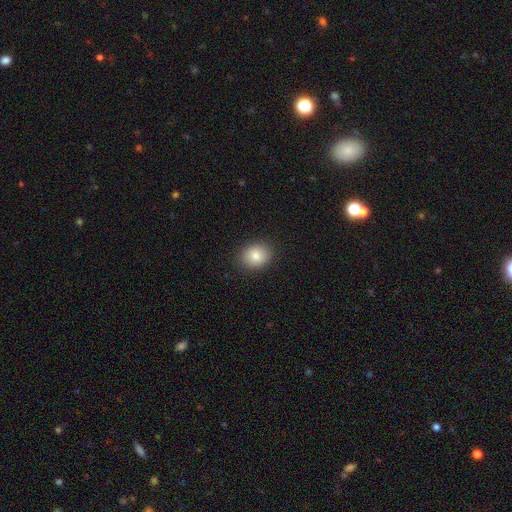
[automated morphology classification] type=smooth (84%); roundness=round (53%); merging=none (88%).